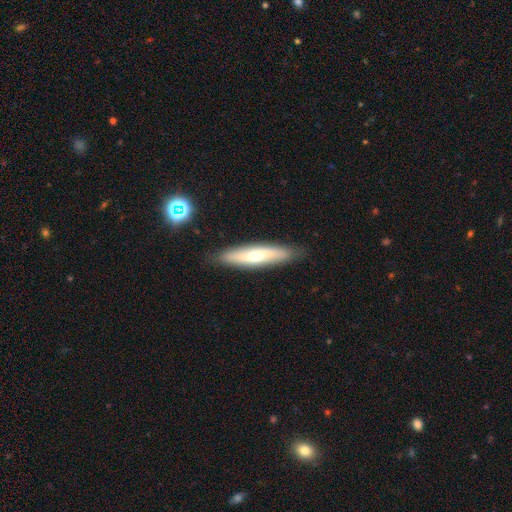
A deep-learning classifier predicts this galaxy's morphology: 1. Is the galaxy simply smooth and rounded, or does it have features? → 49% smooth, 45% featured or disk, 7% star or artifact.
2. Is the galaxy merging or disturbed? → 86% none, 10% minor disturbance, 2% major disturbance, 1% merger.